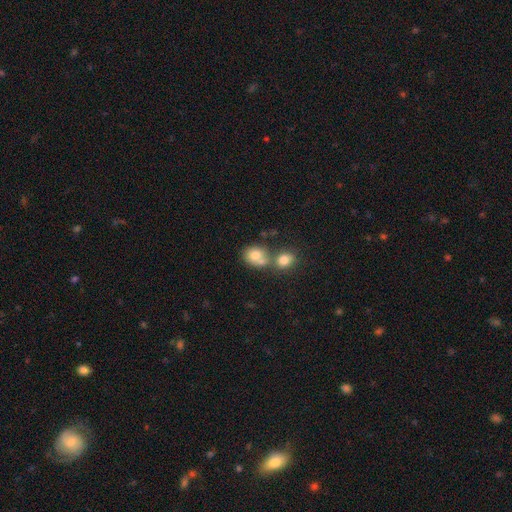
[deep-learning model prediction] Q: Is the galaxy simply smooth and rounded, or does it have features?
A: smooth — 77%.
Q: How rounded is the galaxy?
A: round — 59%.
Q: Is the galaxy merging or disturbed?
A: merger — 51%.